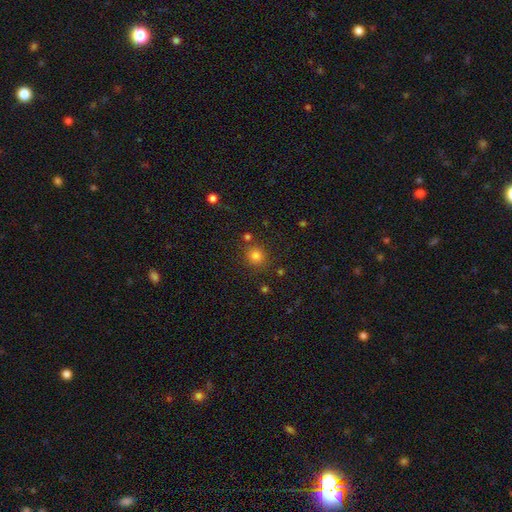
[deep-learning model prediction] This appears to be a smooth galaxy with no disk features (80%) that is round (86%). Merging: none (81%).